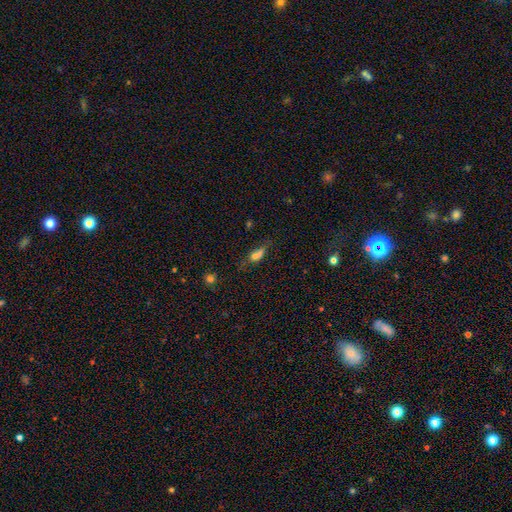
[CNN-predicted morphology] This appears to be a smooth galaxy with no disk features (62%) that is in between round and cigar-shaped (66%). Merging: none (43%).